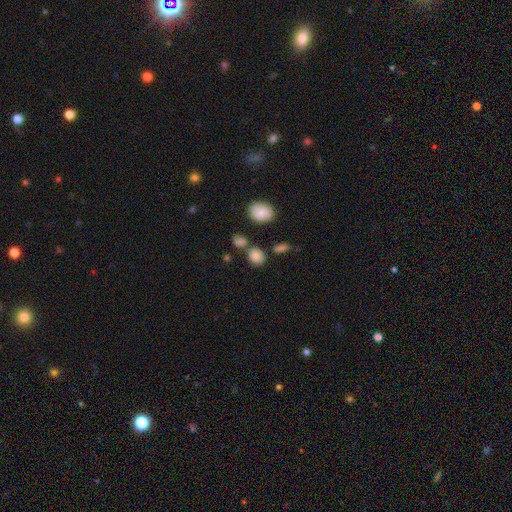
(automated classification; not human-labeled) smooth_or_featured: smooth (p=0.83) [alt: star or artifact p=0.11]
how_rounded: round (p=0.67) [alt: in between p=0.32]
merging: none (p=0.70) [alt: merger p=0.14]